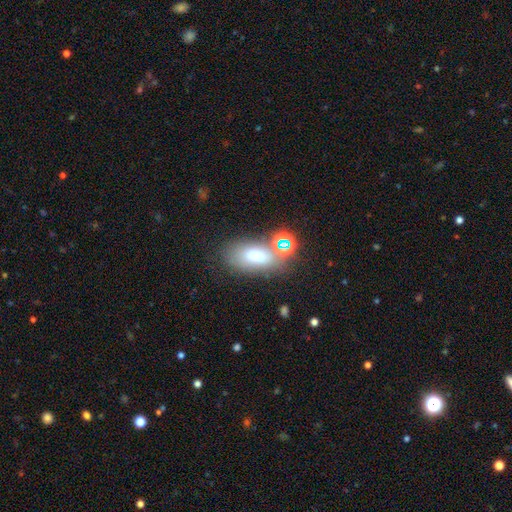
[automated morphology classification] The model was most divided on "merging": none: 60%, merger: 16%, minor disturbance: 16%, major disturbance: 8%. More confident: how rounded — in between (85%); smooth or featured — smooth (64%).